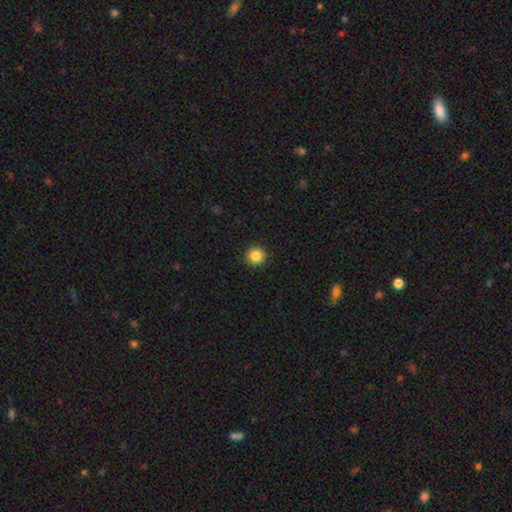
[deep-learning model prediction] Smooth or featured?
  - smooth: 86% *
  - star or artifact: 10%
  - featured or disk: 4%
How rounded?
  - round: 95% *
  - in between: 4%
  - cigar-shaped: 1%
Merging?
  - none: 93% *
  - minor disturbance: 5%
  - major disturbance: 2%
  - merger: 1%